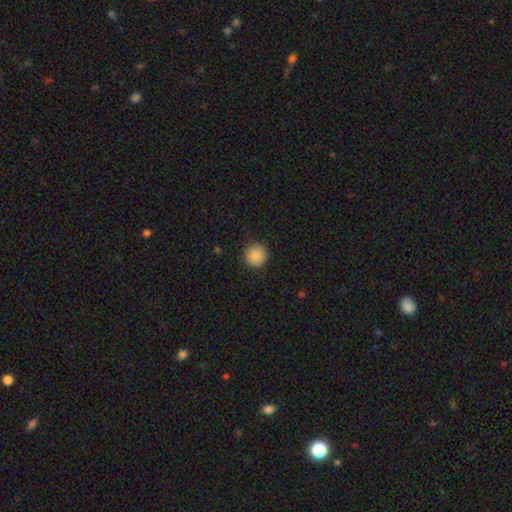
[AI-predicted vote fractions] smooth_or_featured: smooth (p=0.87) [alt: star or artifact p=0.09]
how_rounded: round (p=0.95) [alt: in between p=0.05]
merging: none (p=0.87) [alt: minor disturbance p=0.09]